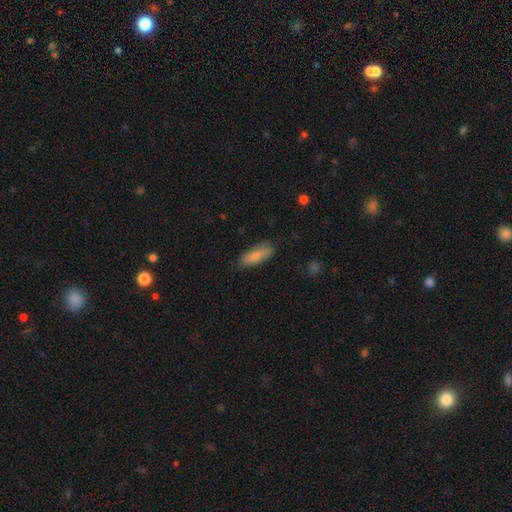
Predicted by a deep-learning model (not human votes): Smooth or featured? Predicted: smooth (p=0.79). How rounded? Predicted: in between (p=0.66). Merging? Predicted: none (p=0.76).